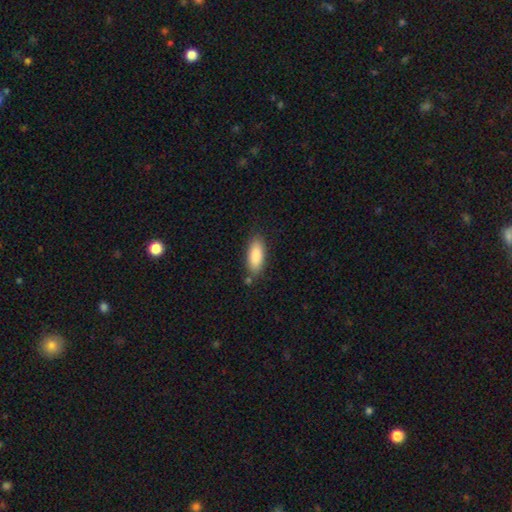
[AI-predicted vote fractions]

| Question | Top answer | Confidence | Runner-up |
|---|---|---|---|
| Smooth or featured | smooth | 87% | featured or disk (7%) |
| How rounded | in between | 77% | cigar-shaped (21%) |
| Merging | none | 80% | minor disturbance (13%) |